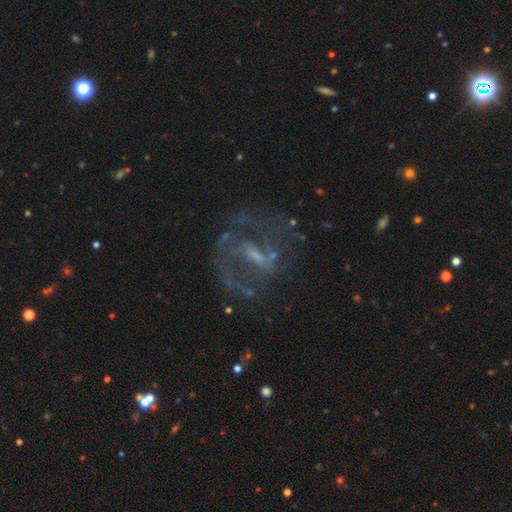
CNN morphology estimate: Smooth or featured: featured or disk — 80% (star or artifact — 11%)
Edge-on disk: no — 95% (yes — 5%)
Bar: strong — 43% (weak — 41%)
Spiral arms: yes — 78% (no — 22%)
Spiral winding: medium — 49% (loose — 28%)
Spiral arm count: 2 — 72% (can't tell — 15%)
Bulge size: small — 41% (none — 32%)
Merging: none — 60% (major disturbance — 21%)